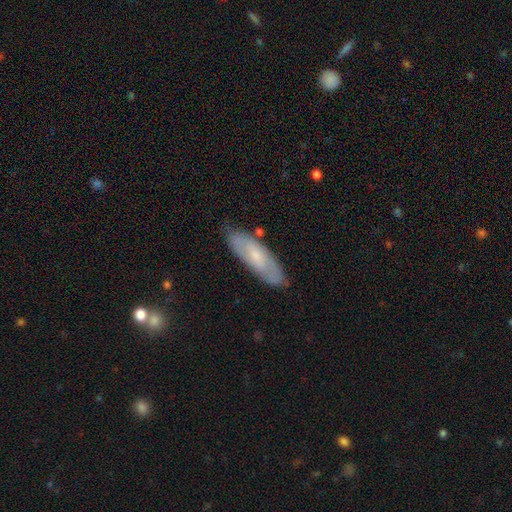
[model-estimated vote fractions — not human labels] A smooth galaxy with no disk features (48%).

Vote fractions:
- Smooth or featured? smooth: 48% / featured or disk: 45% / star or artifact: 7%
- Merging? none: 81% / minor disturbance: 15% / major disturbance: 3% / merger: 2%